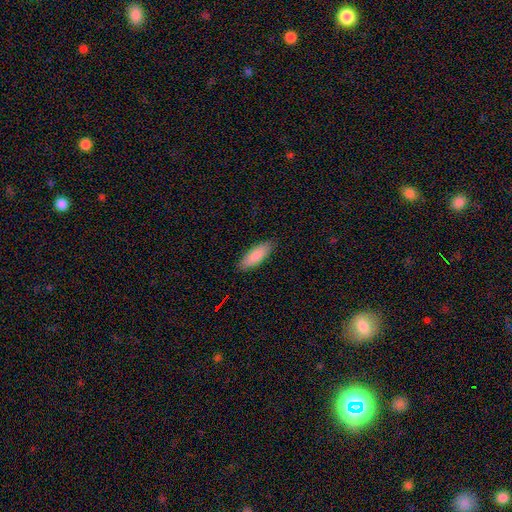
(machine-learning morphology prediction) smooth-or-featured: smooth: 87% | featured or disk: 7% | star or artifact: 6%
  how-rounded: in between: 64% | cigar-shaped: 34% | round: 2%
  merging: none: 86% | minor disturbance: 11% | major disturbance: 2% | merger: 1%